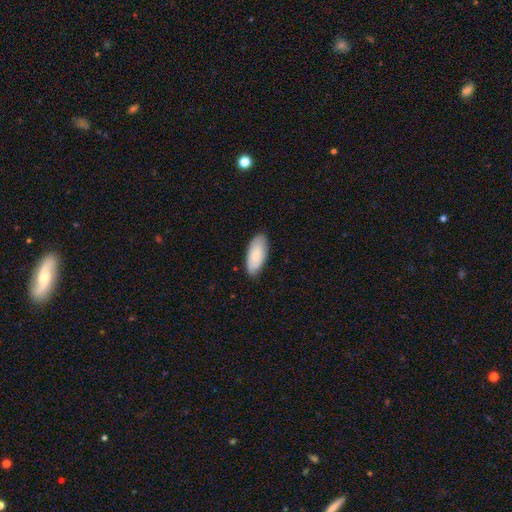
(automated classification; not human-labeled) This is clearly a smooth galaxy (87%). How rounded: clearly in between (89%). Merging: clearly none (85%).